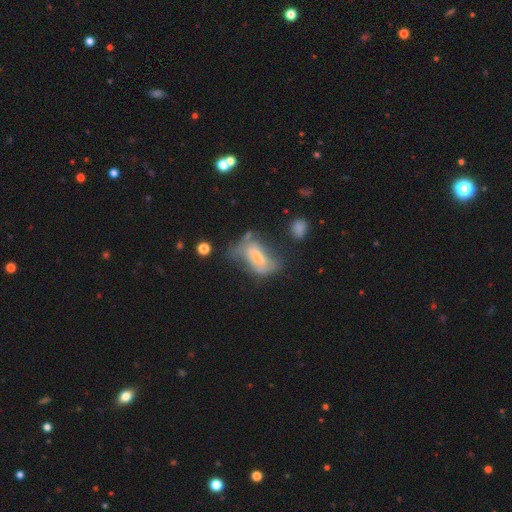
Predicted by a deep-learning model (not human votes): Smooth or featured: smooth — 46% (featured or disk — 45%)
Merging: major disturbance — 34% (none — 27%)